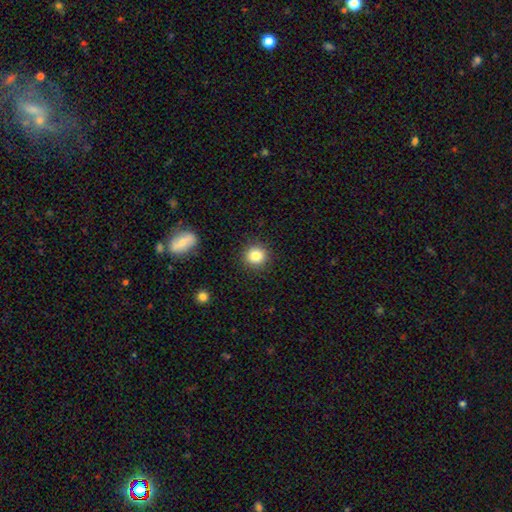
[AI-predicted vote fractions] This appears to be a smooth galaxy with no disk features (83%) that is round (91%). Merging: none (91%).